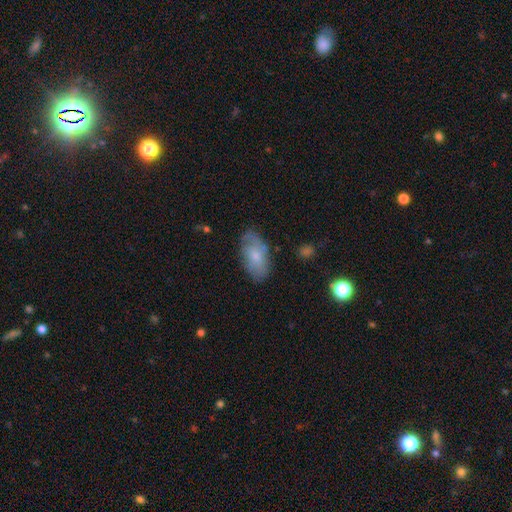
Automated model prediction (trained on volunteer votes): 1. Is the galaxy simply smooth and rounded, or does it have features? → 58% smooth, 35% featured or disk, 7% star or artifact.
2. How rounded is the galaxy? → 92% in between, 4% round, 4% cigar-shaped.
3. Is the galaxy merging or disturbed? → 67% none, 24% minor disturbance, 7% major disturbance, 2% merger.